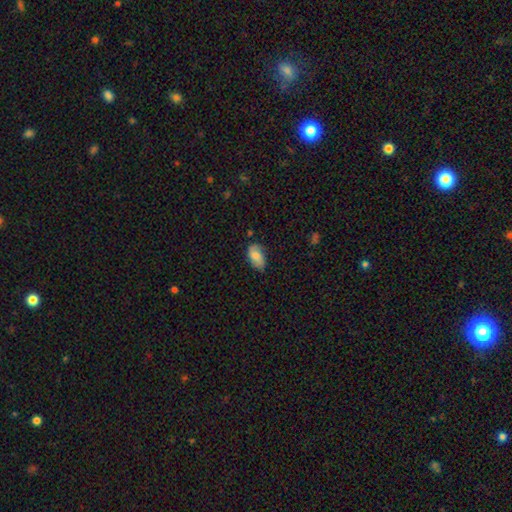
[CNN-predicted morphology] Overall: smooth (72%). How rounded: in between (93%). Merging: none (66%; minor disturbance 27%).